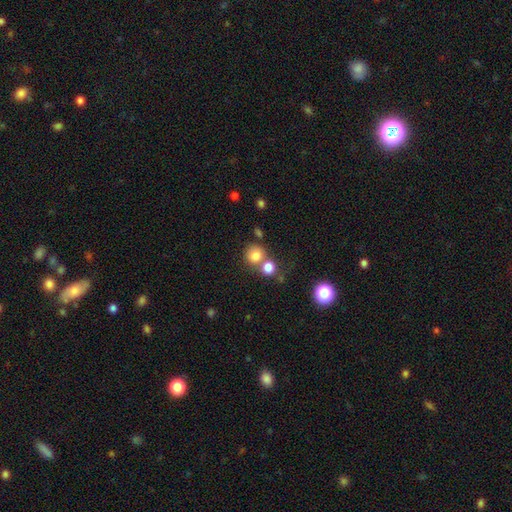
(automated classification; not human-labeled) The model was most divided on "merging": none: 53%, merger: 35%, minor disturbance: 9%, major disturbance: 4%. More confident: how rounded — round (85%); smooth or featured — smooth (79%).